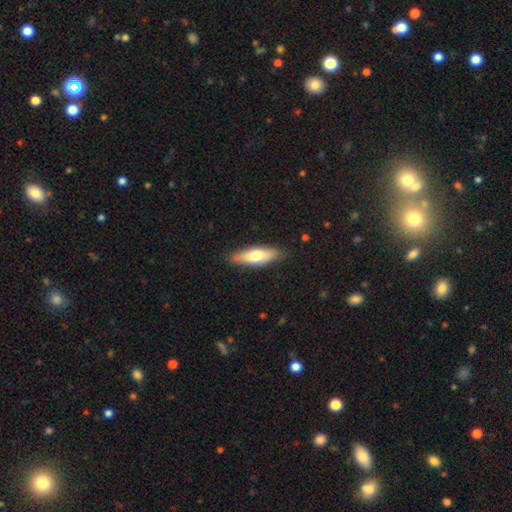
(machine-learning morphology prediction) type=smooth (65%); roundness=in between (50%); merging=none (82%).